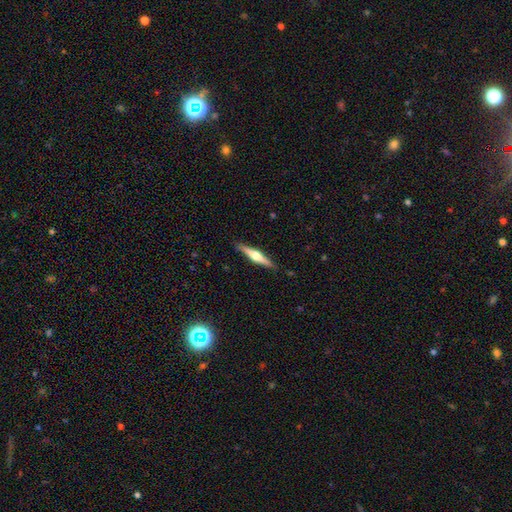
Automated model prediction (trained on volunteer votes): A featured or disk galaxy (66%) viewed edge-on (97%) with a rounded central bulge (90%). Merging: none (88%).